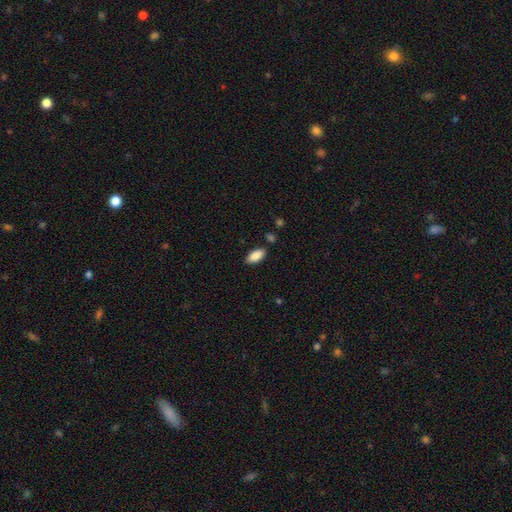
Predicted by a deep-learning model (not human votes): Morphology: type=smooth (88%); roundness=in between (91%); merging=none (85%).